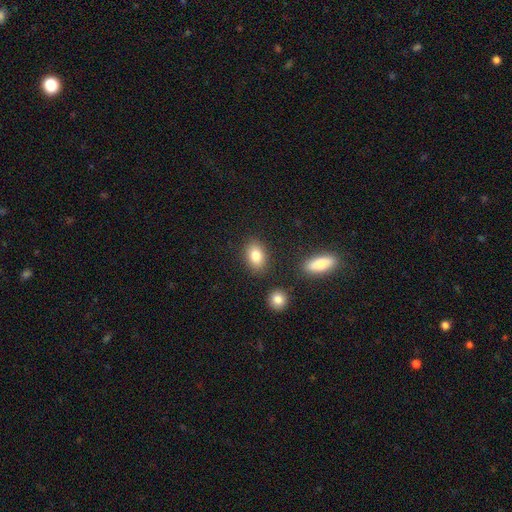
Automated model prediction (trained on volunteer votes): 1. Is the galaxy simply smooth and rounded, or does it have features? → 83% smooth, 9% featured or disk, 9% star or artifact.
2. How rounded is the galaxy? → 78% in between, 20% round, 2% cigar-shaped.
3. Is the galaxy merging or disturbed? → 83% none, 10% minor disturbance, 5% merger, 3% major disturbance.